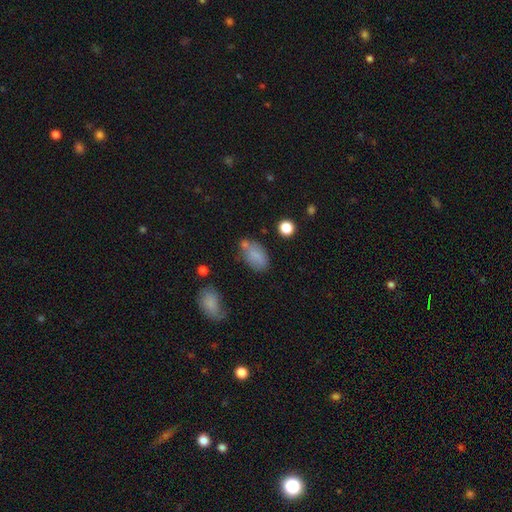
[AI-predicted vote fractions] Smooth or featured: smooth — 77% (featured or disk — 14%)
How rounded: in between — 91% (round — 7%)
Merging: none — 55% (minor disturbance — 23%)